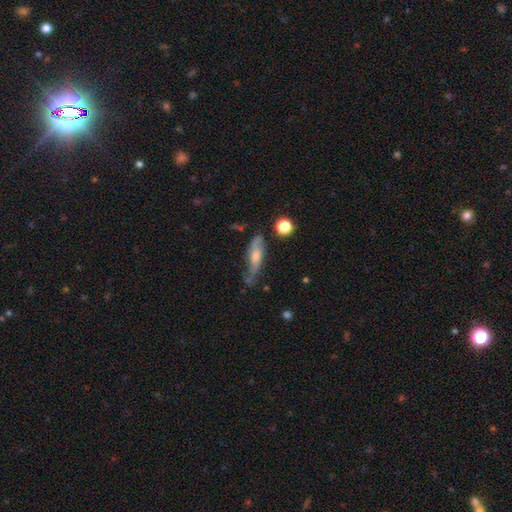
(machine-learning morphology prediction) Q: Smooth or featured?
A: featured or disk (47%); runner-up: smooth (45%)
Q: Merging?
A: none (57%); runner-up: minor disturbance (28%)